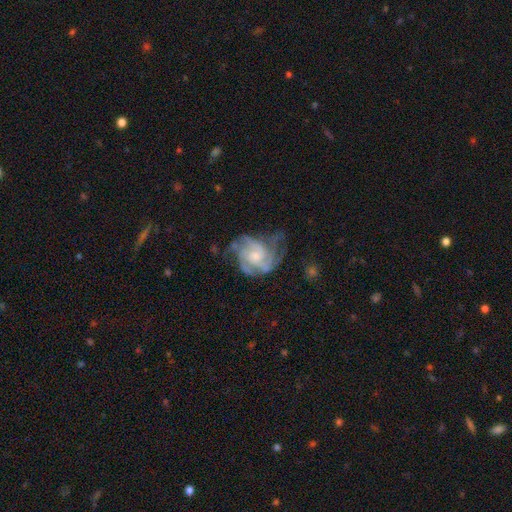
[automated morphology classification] This is clearly a featured or disk galaxy (84%). It is clearly not viewed edge-on (98%). Bar: likely no (71%). Spiral arm pattern: clearly yes (94%). Spiral arm count: marginally 3 (30%). Spiral winding: possibly tight (48%). Central bulge: possibly small (51%). Merging: possibly none (52%).